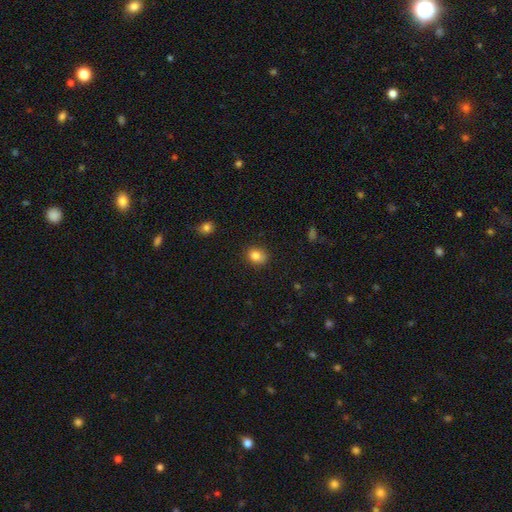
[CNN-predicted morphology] Smooth or featured? Predicted: smooth (p=0.83). How rounded? Predicted: round (p=0.68). Merging? Predicted: none (p=0.83).